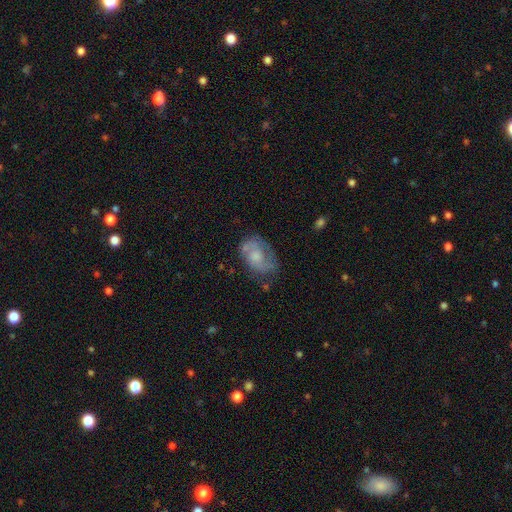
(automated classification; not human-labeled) A featured or disk galaxy (59%) with no bar (72%), spiral arms (76%) and a moderate central bulge (42%).

Vote fractions:
- Smooth or featured? featured or disk: 59% / smooth: 33% / star or artifact: 8%
- Edge-on disk? no: 96% / yes: 4%
- Bar? no: 72% / weak: 24% / strong: 3%
- Spiral arms? yes: 76% / no: 24%
- Bulge size? moderate: 42% / small: 31% / none: 15% / large: 10% / dominant: 2%
- Merging? none: 58% / minor disturbance: 25% / major disturbance: 13% / merger: 4%